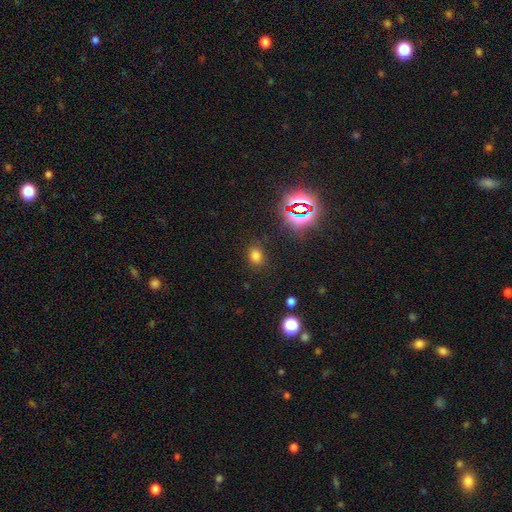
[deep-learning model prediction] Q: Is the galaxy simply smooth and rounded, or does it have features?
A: smooth — 70%.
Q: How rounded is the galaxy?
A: in between — 50%.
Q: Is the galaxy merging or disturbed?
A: none — 82%.